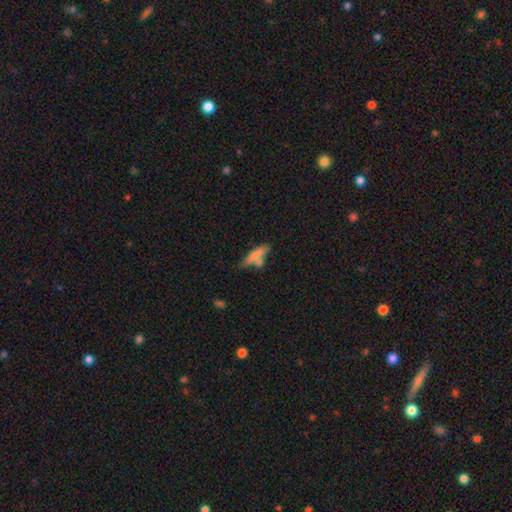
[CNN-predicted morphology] Smooth or featured? smooth (65%)
How rounded? cigar-shaped (67%)
Merging? none (48%)